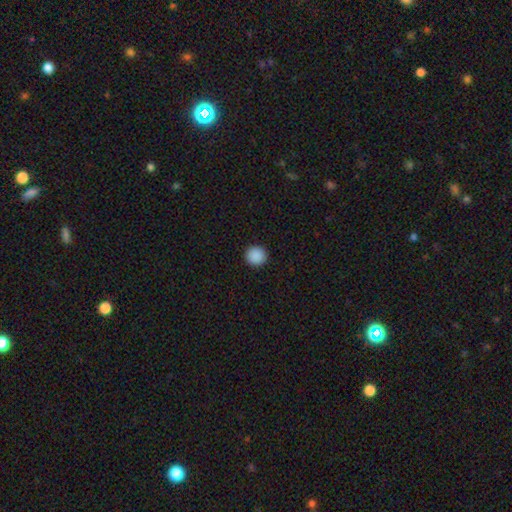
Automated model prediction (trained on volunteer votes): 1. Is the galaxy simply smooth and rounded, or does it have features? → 89% smooth, 9% star or artifact, 2% featured or disk.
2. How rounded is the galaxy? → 95% round, 4% in between, 1% cigar-shaped.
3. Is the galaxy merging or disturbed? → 93% none, 4% minor disturbance, 2% major disturbance, 1% merger.